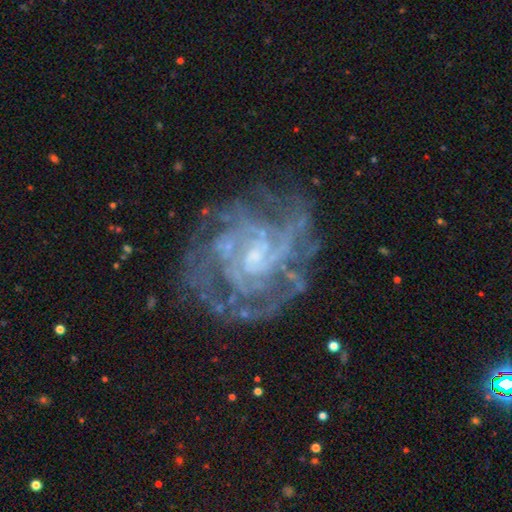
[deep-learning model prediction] This appears to be a featured or disk galaxy (87%) with no bar (53%), tight (61%) spiral arms (93%) and a small central bulge (58%). Merging: none (69%).